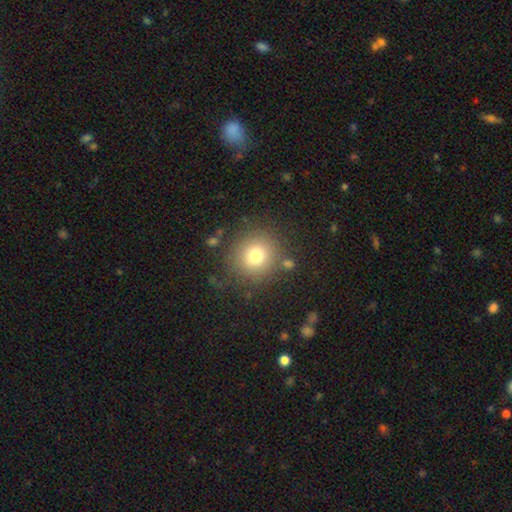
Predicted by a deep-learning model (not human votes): Smooth or featured?
  - smooth: 76% *
  - star or artifact: 12%
  - featured or disk: 11%
How rounded?
  - round: 92% *
  - in between: 7%
  - cigar-shaped: 1%
Merging?
  - none: 81% *
  - minor disturbance: 10%
  - major disturbance: 5%
  - merger: 4%